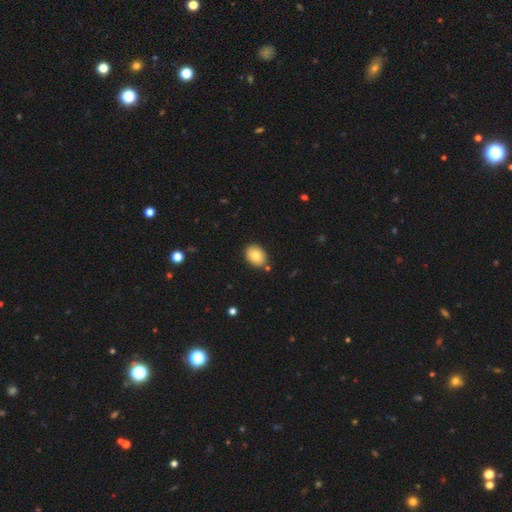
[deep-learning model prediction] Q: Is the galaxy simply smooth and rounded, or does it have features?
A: smooth — 82%.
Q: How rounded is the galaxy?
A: in between — 68%.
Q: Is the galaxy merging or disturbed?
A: none — 85%.